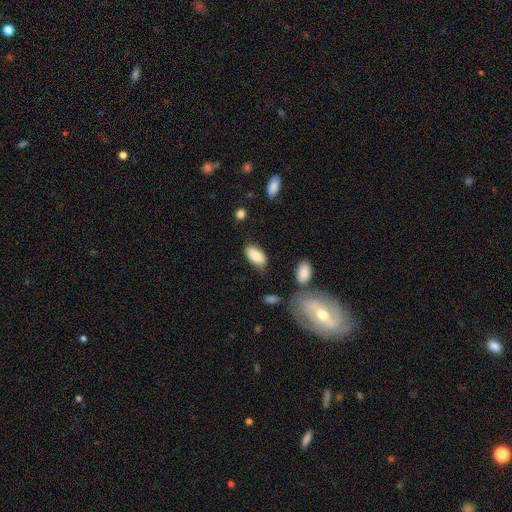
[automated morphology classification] type=smooth (85%); roundness=in between (93%); merging=none (78%).